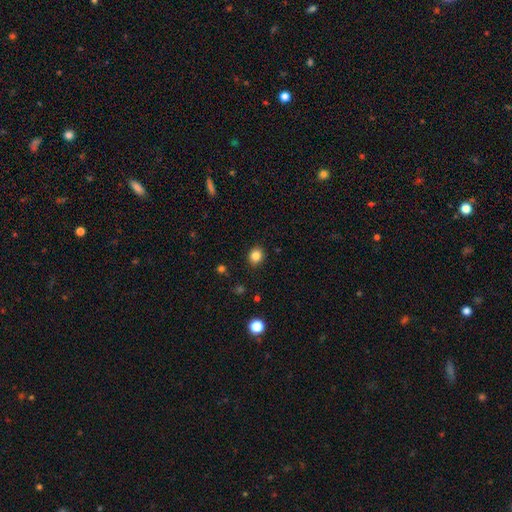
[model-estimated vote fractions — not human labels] A smooth galaxy with no disk features (84%) that is round (71%).

Vote fractions:
- Smooth or featured? smooth: 84% / star or artifact: 11% / featured or disk: 5%
- How rounded? round: 71% / in between: 28% / cigar-shaped: 1%
- Merging? none: 89% / minor disturbance: 7% / major disturbance: 2% / merger: 1%